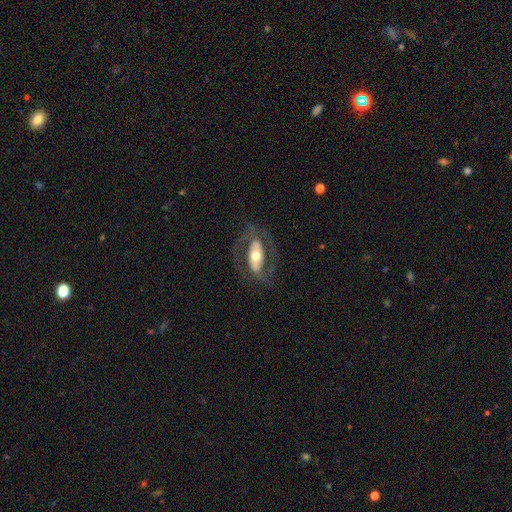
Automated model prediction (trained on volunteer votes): featured or disk 69%, smooth 26%, star or artifact 6%. Down the decision tree: edge-on disk — no (90%); bar — no (40%); spiral arms — yes (67%); bulge size — moderate (64%); merging — none (70%).